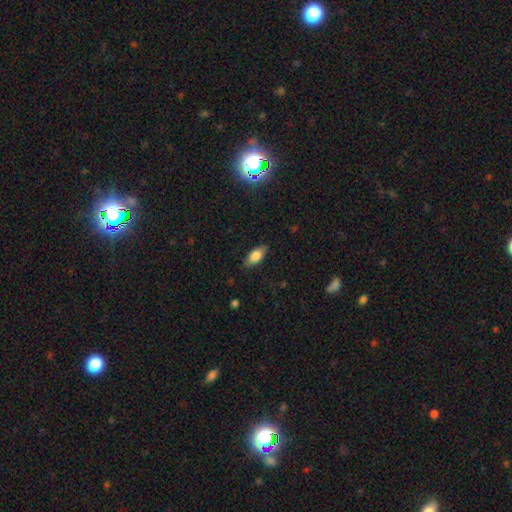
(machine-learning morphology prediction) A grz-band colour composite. It shows a smooth galaxy with no disk features (77%) that is in between round and cigar-shaped (85%). Merging: none (83%).